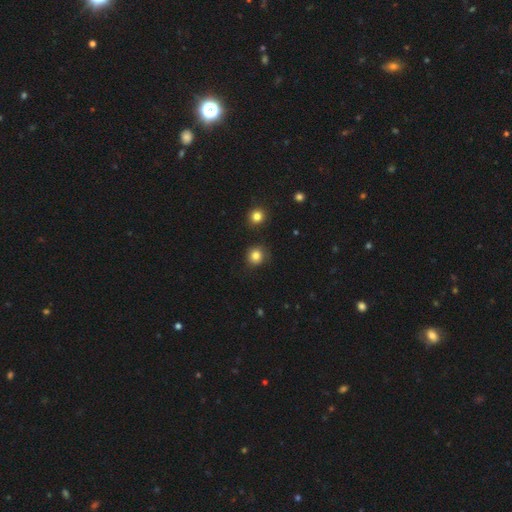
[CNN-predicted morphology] Smooth or featured? smooth (83%)
How rounded? round (89%)
Merging? none (84%)